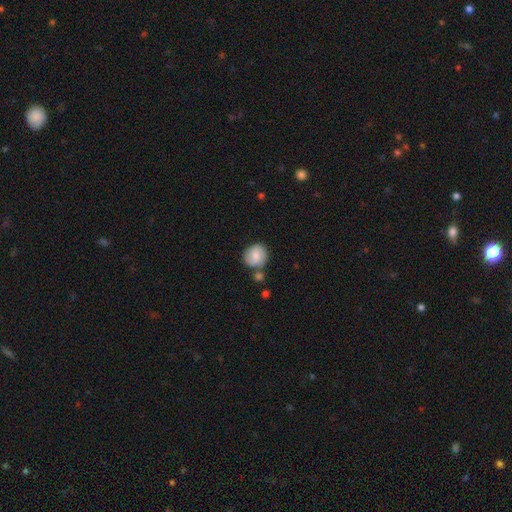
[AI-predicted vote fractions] Morphology: type=smooth (69%); roundness=round (80%); merging=none (66%).